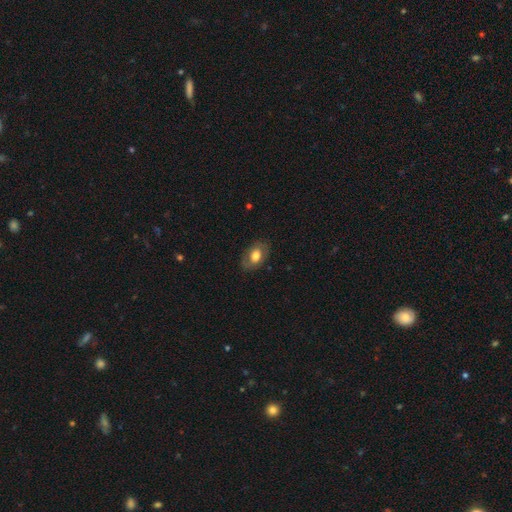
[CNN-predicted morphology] smooth-or-featured: smooth: 64% | featured or disk: 28% | star or artifact: 7%
  how-rounded: in between: 83% | round: 16% | cigar-shaped: 1%
  merging: none: 80% | minor disturbance: 14% | major disturbance: 5% | merger: 1%